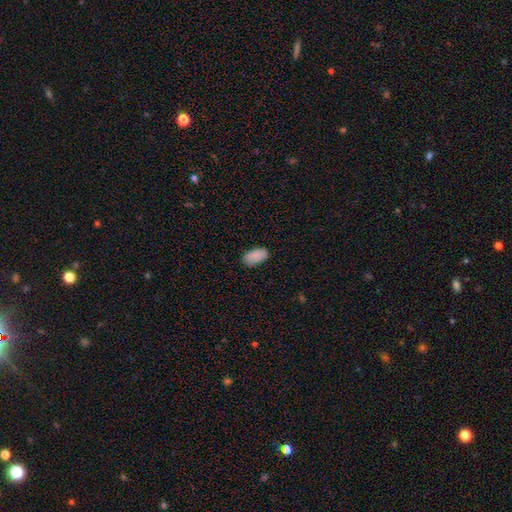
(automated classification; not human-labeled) This is clearly a smooth galaxy (88%). How rounded: clearly in between (94%). Merging: clearly none (81%).